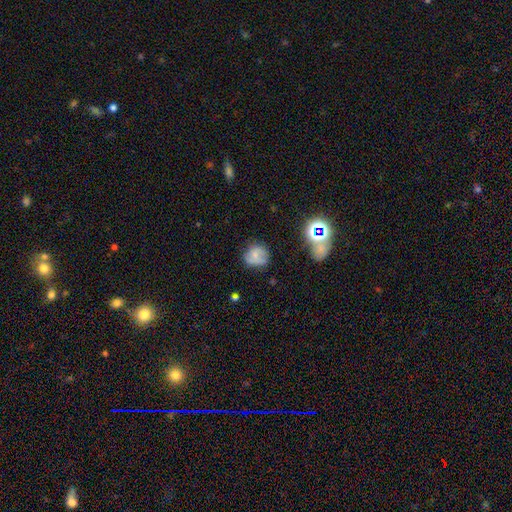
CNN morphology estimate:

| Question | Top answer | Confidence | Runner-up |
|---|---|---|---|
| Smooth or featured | smooth | 65% | featured or disk (21%) |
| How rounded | round | 76% | in between (23%) |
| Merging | none | 62% | minor disturbance (25%) |